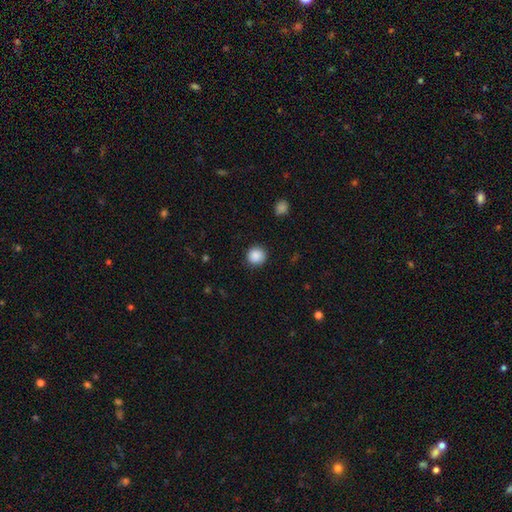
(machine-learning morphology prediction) A smooth galaxy with no disk features (88%) that is round (93%). Merging: none (89%).